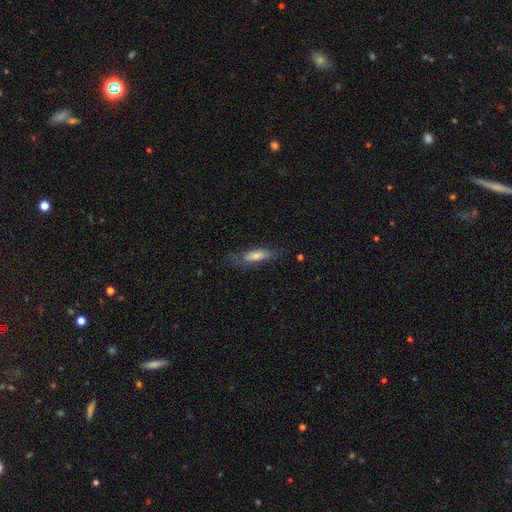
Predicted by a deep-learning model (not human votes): smooth 59%, featured or disk 33%, star or artifact 8%. Down the decision tree: how rounded — cigar-shaped (56%); merging — none (64%).